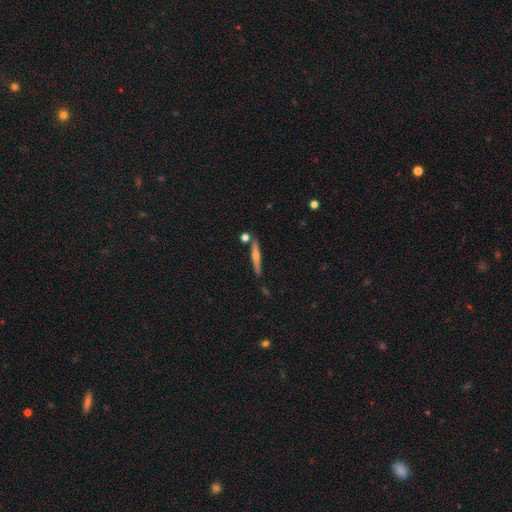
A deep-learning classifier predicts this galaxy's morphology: Smooth or featured? featured or disk (60%)
Edge-on disk? yes (96%)
Edge-on bulge? rounded (80%)
Merging? none (84%)